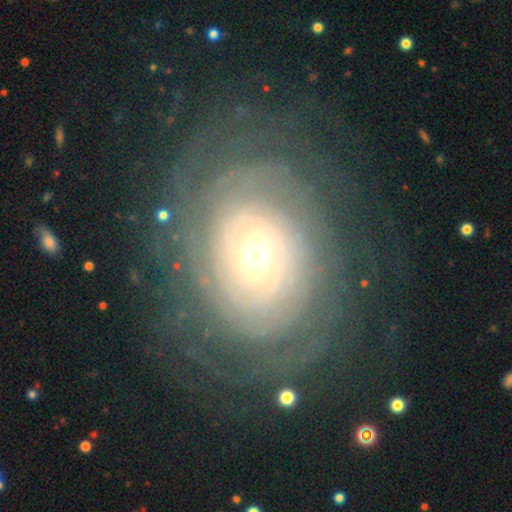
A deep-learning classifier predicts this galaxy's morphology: The model was most divided on "bulge size": moderate: 55%, small: 35%, large: 8%, dominant: 1%, none: 1%. Remaining: edge-on disk — no (96%); spiral arms — yes (93%); smooth or featured — featured or disk (86%); spiral winding — tight (83%); merging — none (78%); bar — weak (48%); spiral arm count — can't tell (45%).